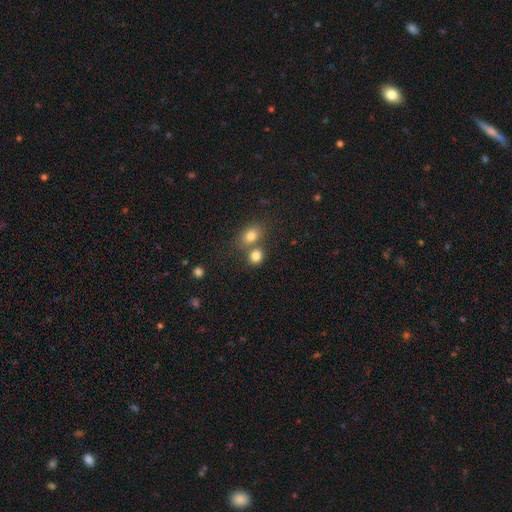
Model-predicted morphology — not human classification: Smooth or featured? smooth (81%)
How rounded? round (67%)
Merging? none (49%)